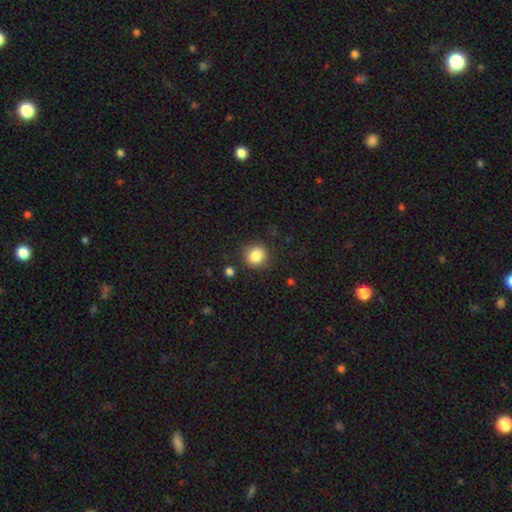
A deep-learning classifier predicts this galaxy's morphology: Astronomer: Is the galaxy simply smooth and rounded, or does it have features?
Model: smooth — 85%.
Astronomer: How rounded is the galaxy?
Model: round — 87%.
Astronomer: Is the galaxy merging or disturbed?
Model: none — 86%.